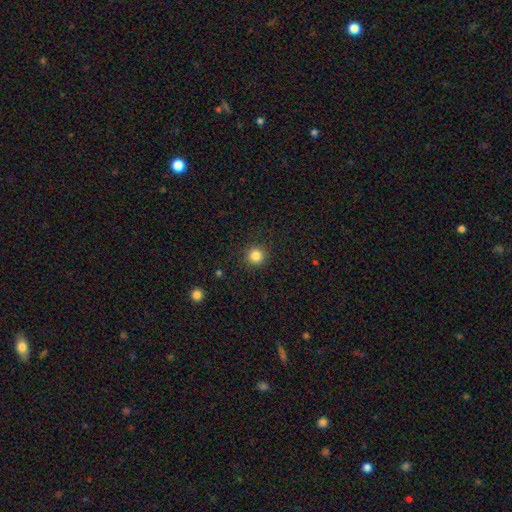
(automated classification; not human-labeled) Smooth or featured? smooth (84%)
How rounded? round (95%)
Merging? none (91%)